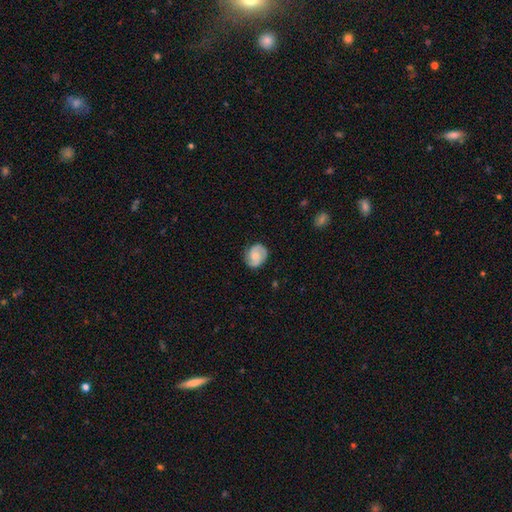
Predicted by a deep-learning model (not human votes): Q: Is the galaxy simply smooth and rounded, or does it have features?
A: featured or disk — 71%.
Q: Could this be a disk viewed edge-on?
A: no — 98%.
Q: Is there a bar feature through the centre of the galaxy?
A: no — 59%.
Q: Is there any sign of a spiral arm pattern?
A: yes — 96%.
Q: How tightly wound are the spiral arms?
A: medium — 47%.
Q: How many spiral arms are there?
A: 2 — 88%.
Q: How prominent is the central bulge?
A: small — 39%.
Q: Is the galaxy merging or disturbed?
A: none — 82%.